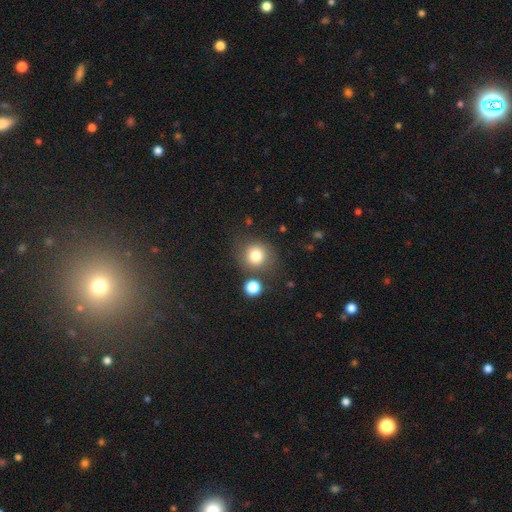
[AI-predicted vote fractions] Q: Smooth or featured?
A: smooth (79%); runner-up: star or artifact (11%)
Q: How rounded?
A: round (87%); runner-up: in between (12%)
Q: Merging?
A: none (73%); runner-up: minor disturbance (13%)